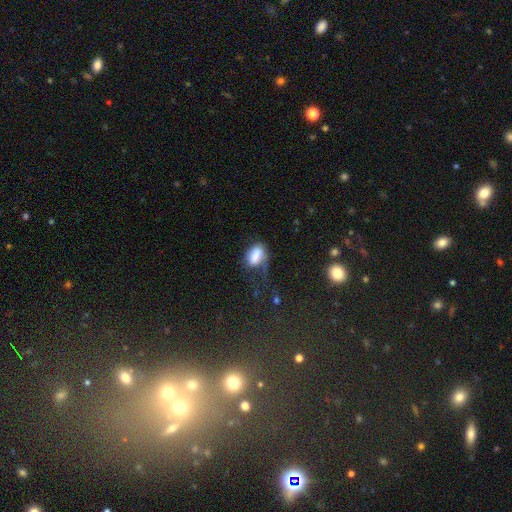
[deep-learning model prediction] Smooth or featured?
  - smooth: 78% *
  - featured or disk: 13%
  - star or artifact: 9%
How rounded?
  - in between: 89% *
  - round: 7%
  - cigar-shaped: 4%
Merging?
  - none: 34% *
  - major disturbance: 30%
  - minor disturbance: 30%
  - merger: 5%